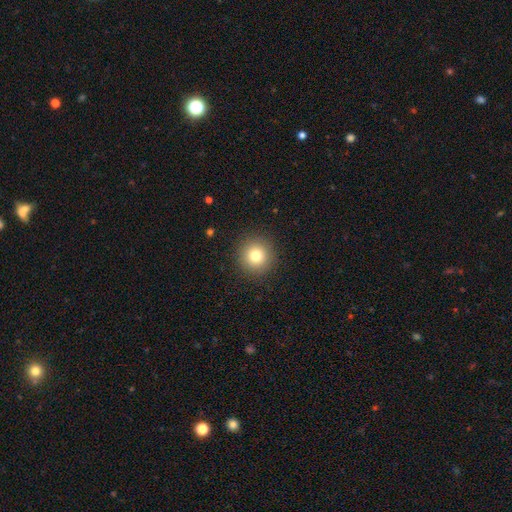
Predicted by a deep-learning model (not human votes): Smooth or featured: smooth — 78% (star or artifact — 12%)
How rounded: round — 94% (in between — 5%)
Merging: none — 91% (minor disturbance — 6%)